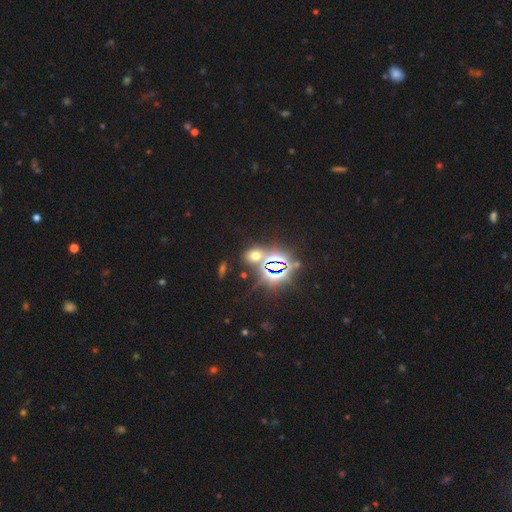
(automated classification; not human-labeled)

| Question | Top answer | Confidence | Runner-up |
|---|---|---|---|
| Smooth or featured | star or artifact | 53% | smooth (39%) |